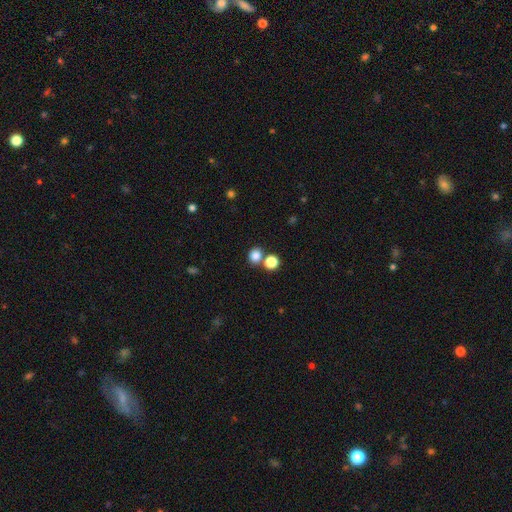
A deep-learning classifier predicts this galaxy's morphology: Q: Smooth or featured?
A: smooth (82%); runner-up: star or artifact (13%)
Q: How rounded?
A: round (76%); runner-up: in between (23%)
Q: Merging?
A: none (66%); runner-up: merger (24%)